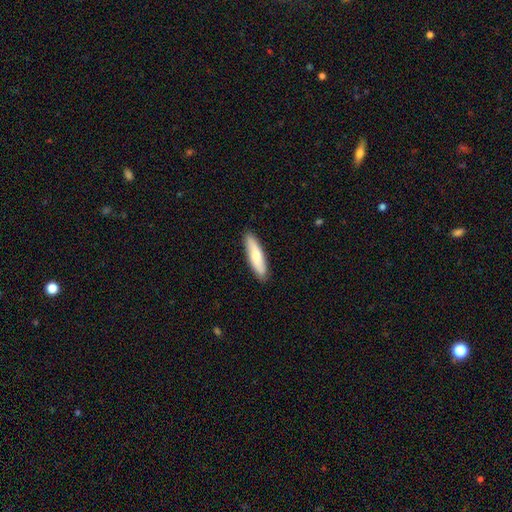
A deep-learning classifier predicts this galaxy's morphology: Smooth or featured? Predicted: smooth (p=0.69). How rounded? Predicted: cigar-shaped (p=0.73). Merging? Predicted: none (p=0.90).